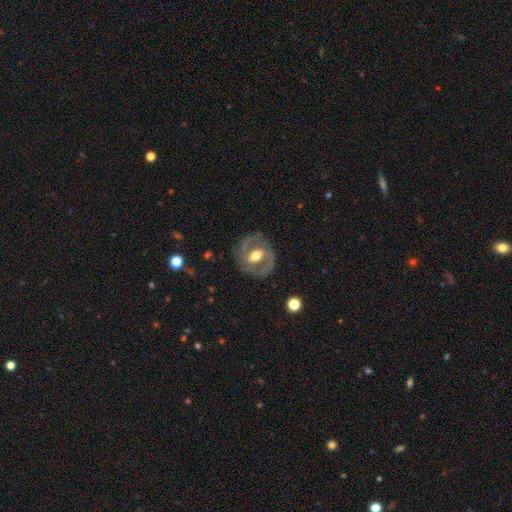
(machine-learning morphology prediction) smooth-or-featured: featured or disk: 74% | smooth: 21% | star or artifact: 5%
  disk-edge-on: no: 96% | yes: 4%
    bar: weak: 44% | no: 29% | strong: 28%
    has-spiral-arms: yes: 72% | no: 28%
      spiral-winding: medium: 46% | tight: 40% | loose: 14%
      spiral-arm-count: 2: 83% | can't tell: 8% | 1: 5% | 3: 2% | 4: 1% | more than 4: 1%
    bulge-size: moderate: 71% | large: 17% | small: 10% | dominant: 1% | none: 1%
  merging: none: 81% | minor disturbance: 12% | major disturbance: 6% | merger: 1%